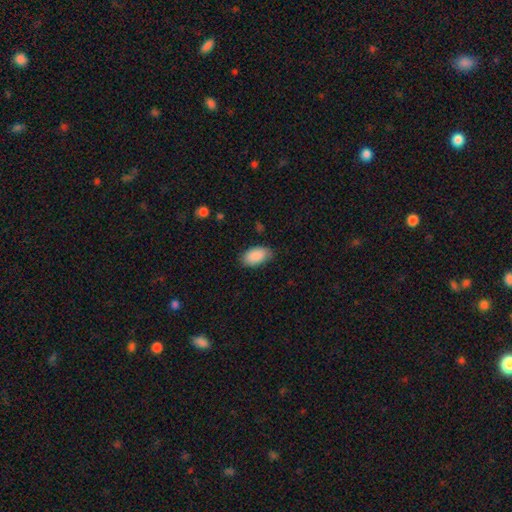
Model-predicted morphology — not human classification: This is clearly a smooth galaxy (90%). How rounded: clearly in between (94%). Merging: likely none (78%).